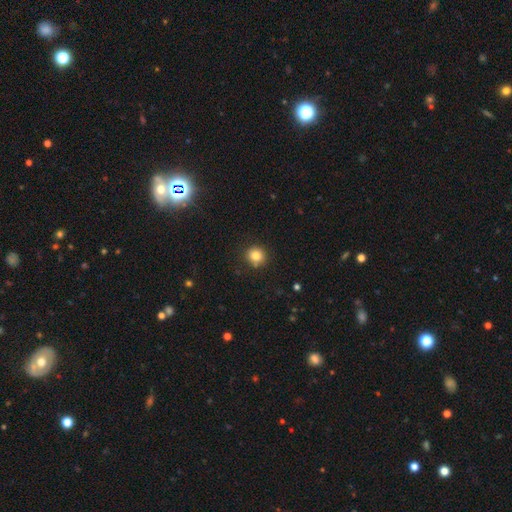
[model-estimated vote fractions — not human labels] A smooth galaxy with no disk features (83%) that is round (90%).

Vote fractions:
- Smooth or featured? smooth: 83% / star or artifact: 12% / featured or disk: 6%
- How rounded? round: 90% / in between: 9% / cigar-shaped: 1%
- Merging? none: 85% / minor disturbance: 9% / merger: 3% / major disturbance: 2%